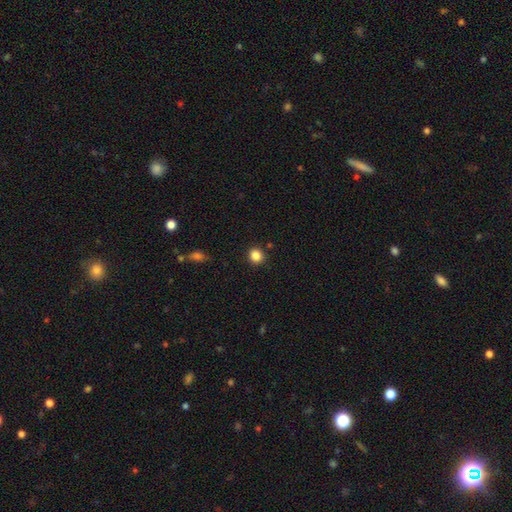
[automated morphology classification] Smooth or featured? smooth (85%)
How rounded? round (87%)
Merging? none (88%)